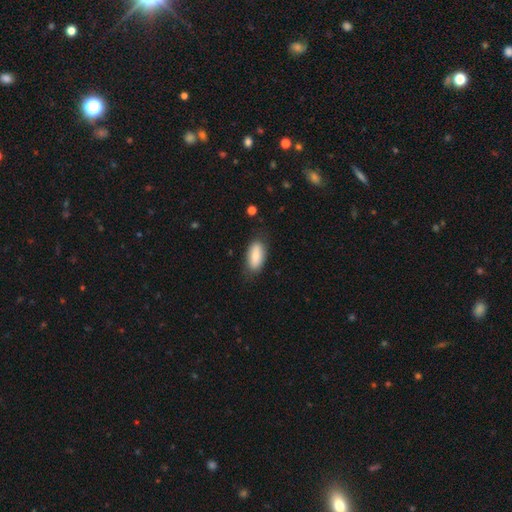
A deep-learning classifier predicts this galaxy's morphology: The model was most divided on "smooth or featured": smooth: 75%, featured or disk: 19%, star or artifact: 6%. More confident: how rounded — in between (89%); merging — none (77%).